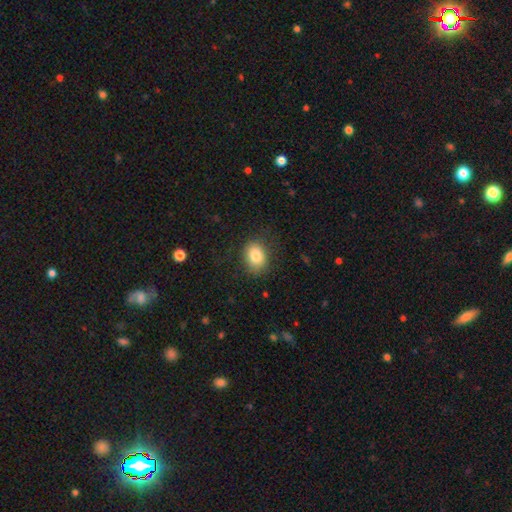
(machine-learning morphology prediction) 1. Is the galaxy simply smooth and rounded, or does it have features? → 82% smooth, 9% star or artifact, 8% featured or disk.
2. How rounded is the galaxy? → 60% in between, 39% round, 1% cigar-shaped.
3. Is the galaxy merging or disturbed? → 81% none, 13% minor disturbance, 5% major disturbance, 1% merger.